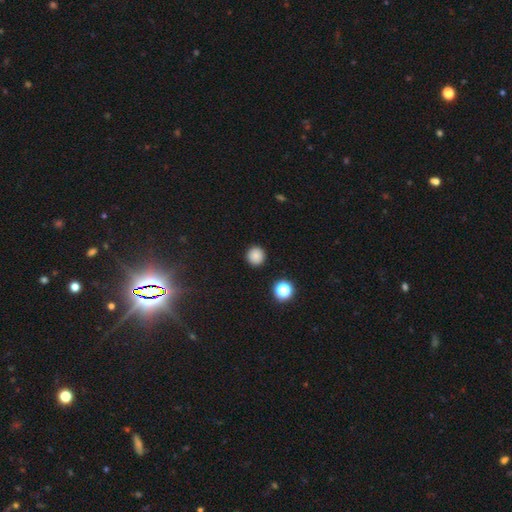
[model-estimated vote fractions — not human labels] Morphology: type=smooth (84%); roundness=round (94%); merging=none (91%).